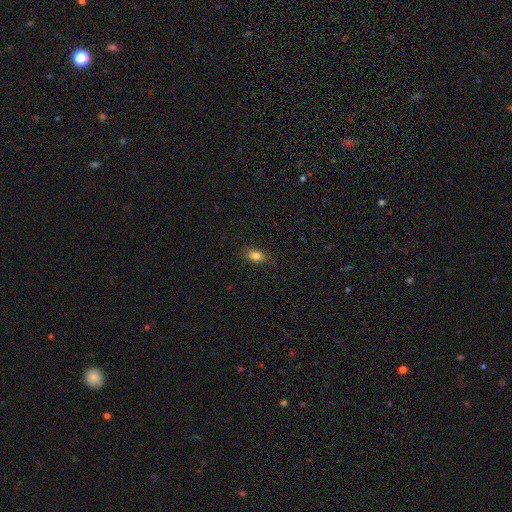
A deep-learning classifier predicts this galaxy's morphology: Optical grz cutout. It shows a smooth galaxy with no disk features (82%) that is in between round and cigar-shaped (84%). Merging: none (85%).